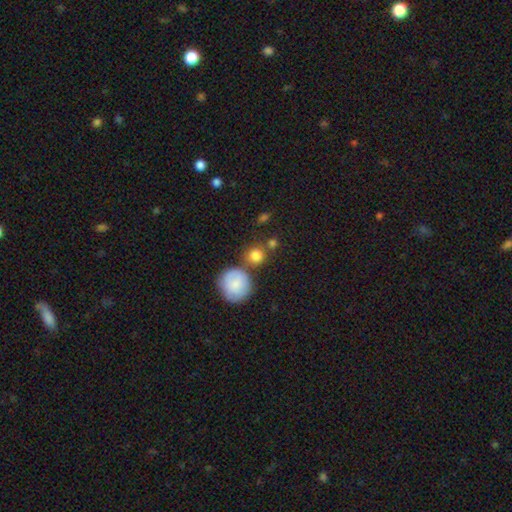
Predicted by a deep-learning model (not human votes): smooth 83%, star or artifact 10%, featured or disk 8%. Down the decision tree: how rounded — round (90%); merging — none (68%).